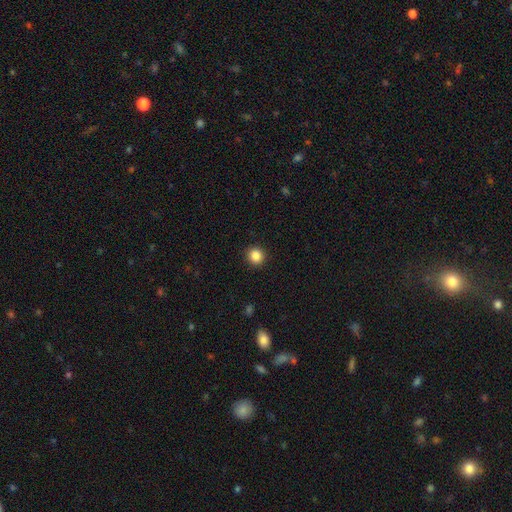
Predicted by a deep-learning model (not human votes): Smooth or featured: smooth — 86% (star or artifact — 10%)
How rounded: round — 92% (in between — 8%)
Merging: none — 92% (minor disturbance — 5%)